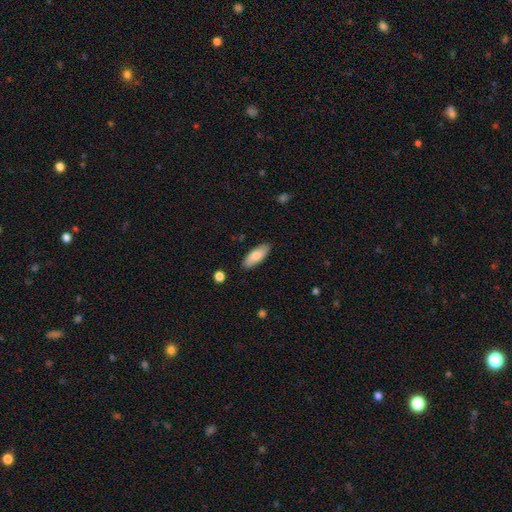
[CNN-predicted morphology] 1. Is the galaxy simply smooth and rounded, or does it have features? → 79% smooth, 15% featured or disk, 6% star or artifact.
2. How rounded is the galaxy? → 77% in between, 22% cigar-shaped, 2% round.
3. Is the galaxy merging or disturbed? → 87% none, 10% minor disturbance, 2% major disturbance, 1% merger.